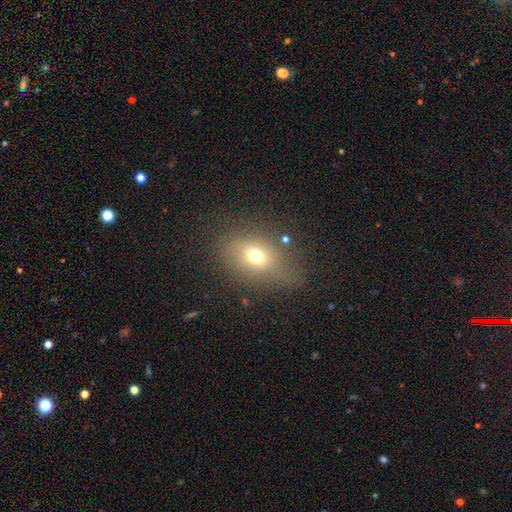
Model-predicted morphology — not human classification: Smooth or featured: smooth — 68% (featured or disk — 16%)
How rounded: in between — 63% (round — 35%)
Merging: none — 58% (minor disturbance — 22%)